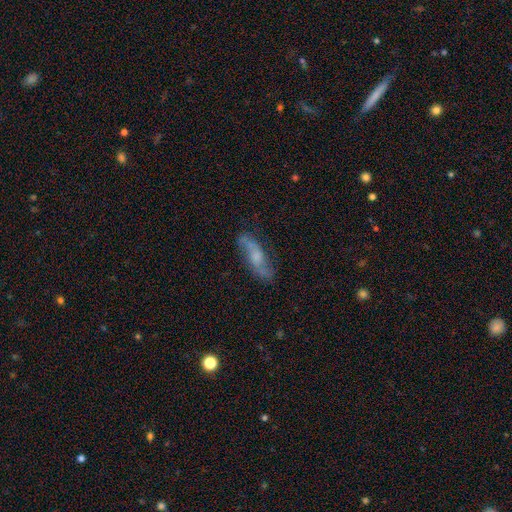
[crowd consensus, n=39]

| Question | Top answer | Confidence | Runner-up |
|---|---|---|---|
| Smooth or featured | featured or disk | 69% | smooth (28%) |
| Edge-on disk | no | 70% | yes (30%) |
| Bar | no | 68% | weak (32%) |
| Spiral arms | yes | 100% | — |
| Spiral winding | loose | 74% | medium (21%) |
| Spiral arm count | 2 | 84% | can't tell (11%) |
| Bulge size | moderate | 47% | small (32%) |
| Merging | none | 68% | minor disturbance (24%) |